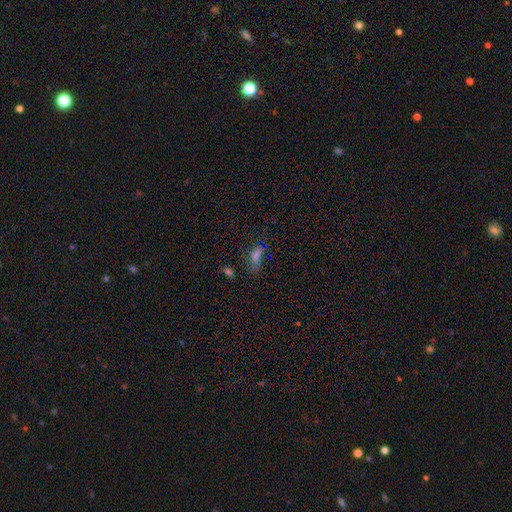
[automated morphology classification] Smooth or featured?
  - smooth: 59% *
  - star or artifact: 28%
  - featured or disk: 13%
How rounded?
  - in between: 69% *
  - cigar-shaped: 24%
  - round: 7%
Merging?
  - none: 52% *
  - minor disturbance: 24%
  - major disturbance: 17%
  - merger: 6%